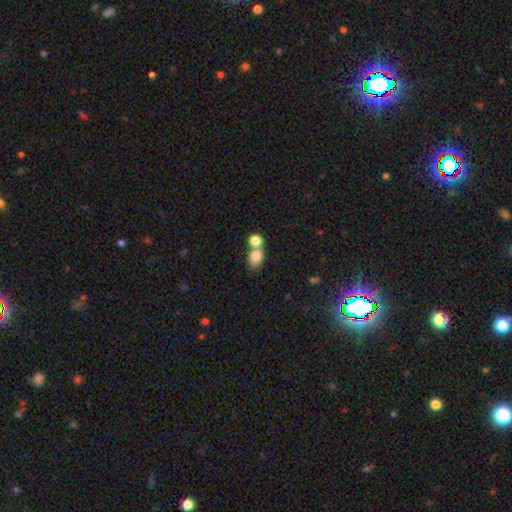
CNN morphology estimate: This appears to be a smooth galaxy with no disk features (80%) that is in between round and cigar-shaped (65%). Merging: merger (51%).